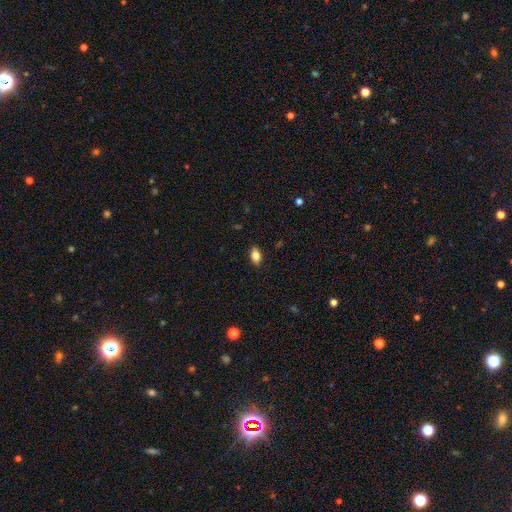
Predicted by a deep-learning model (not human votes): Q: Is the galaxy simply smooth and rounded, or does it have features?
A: smooth — 81%.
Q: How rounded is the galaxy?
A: in between — 89%.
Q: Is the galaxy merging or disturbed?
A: none — 87%.